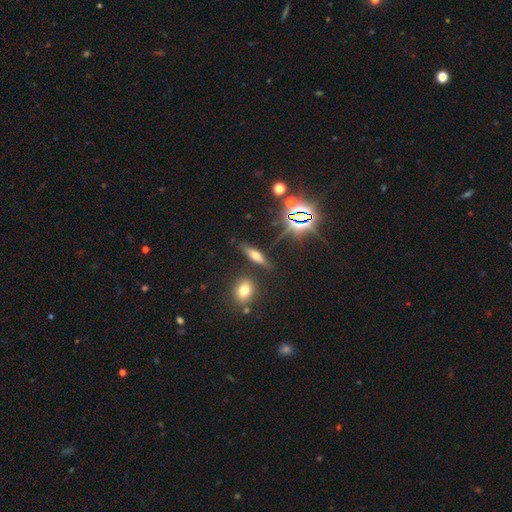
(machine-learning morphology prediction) Smooth or featured? Predicted: smooth (p=0.44). Merging? Predicted: none (p=0.81).